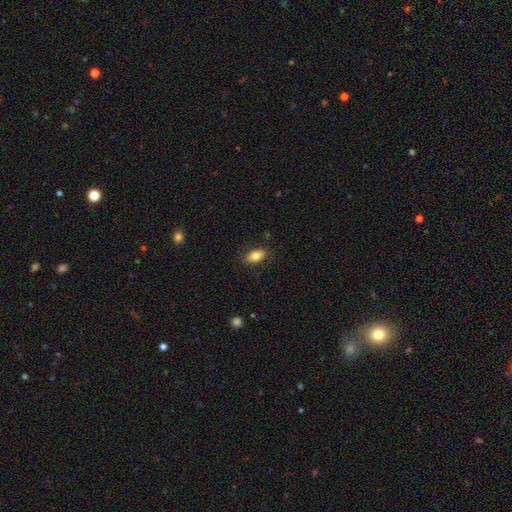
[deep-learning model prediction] smooth 79%, featured or disk 14%, star or artifact 7%. Down the decision tree: how rounded — in between (91%); merging — none (86%).